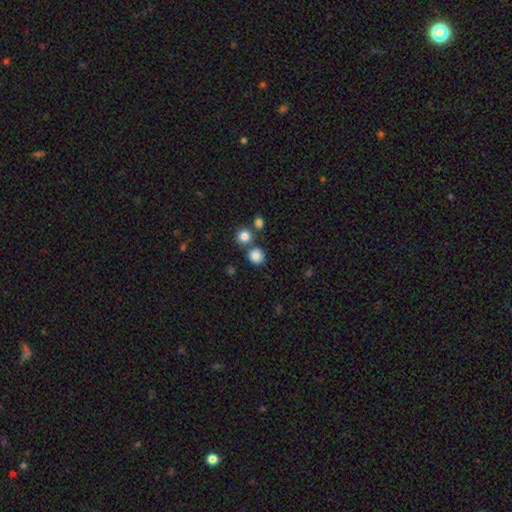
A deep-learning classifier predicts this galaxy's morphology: smooth_or_featured: smooth (p=0.84) [alt: star or artifact p=0.11]
how_rounded: round (p=0.87) [alt: in between p=0.12]
merging: none (p=0.74) [alt: merger p=0.15]